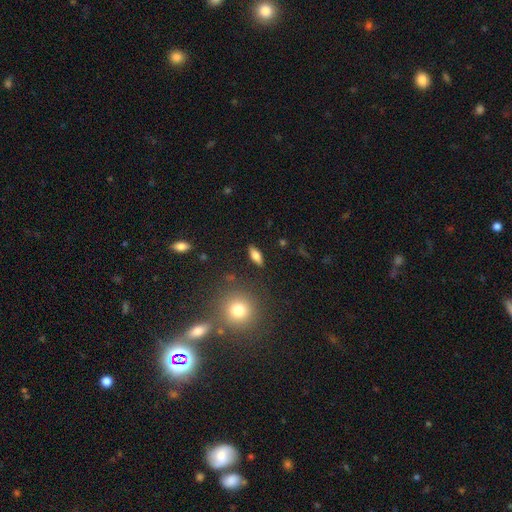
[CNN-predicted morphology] type=smooth (67%); roundness=in between (72%); merging=none (87%).